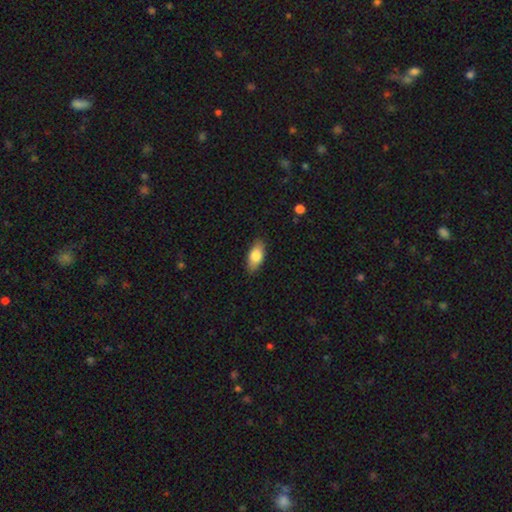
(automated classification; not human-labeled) This appears to be a smooth galaxy with no disk features (79%) that is in between round and cigar-shaped (88%). Merging: none (85%).